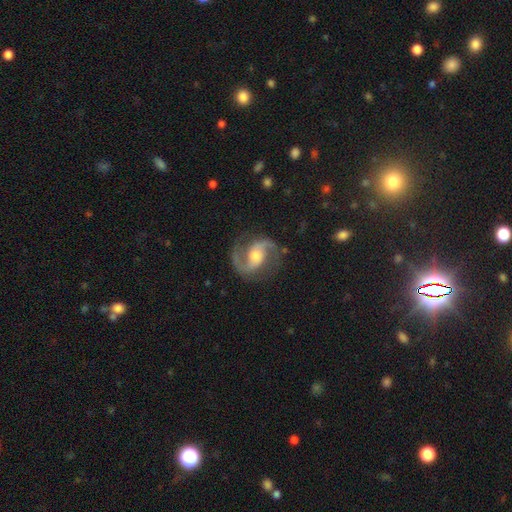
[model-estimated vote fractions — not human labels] smooth-or-featured: featured or disk: 91% | star or artifact: 4% | smooth: 4%
  disk-edge-on: no: 98% | yes: 2%
    bar: no: 47% | weak: 38% | strong: 15%
    has-spiral-arms: yes: 98% | no: 2%
      spiral-winding: medium: 57% | loose: 30% | tight: 13%
      spiral-arm-count: 2: 93% | can't tell: 2% | 1: 2% | 3: 1% | 4: 1% | more than 4: 1%
    bulge-size: moderate: 62% | small: 26% | large: 8% | none: 2% | dominant: 1%
  merging: none: 80% | minor disturbance: 13% | major disturbance: 5% | merger: 1%